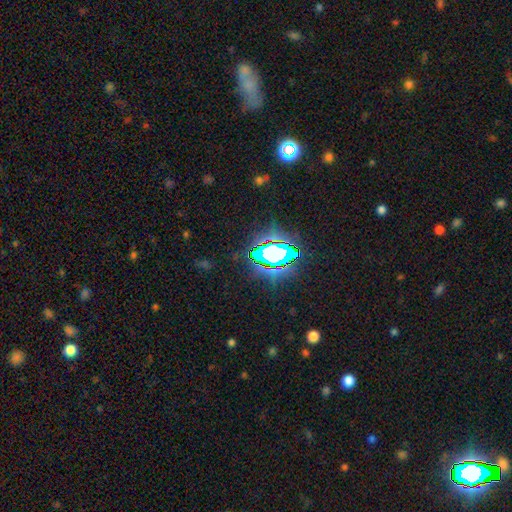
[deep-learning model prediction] Overall: star or artifact (70%).